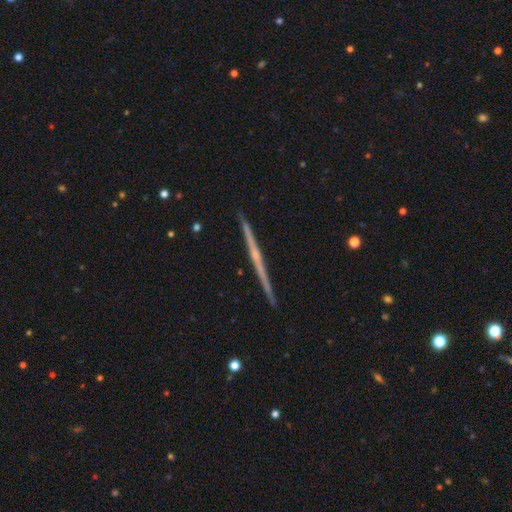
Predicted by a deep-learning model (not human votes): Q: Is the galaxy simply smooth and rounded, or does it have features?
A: featured or disk — 77%.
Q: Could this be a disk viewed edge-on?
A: yes — 99%.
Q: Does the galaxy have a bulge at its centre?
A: none — 57%.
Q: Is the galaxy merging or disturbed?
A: none — 92%.